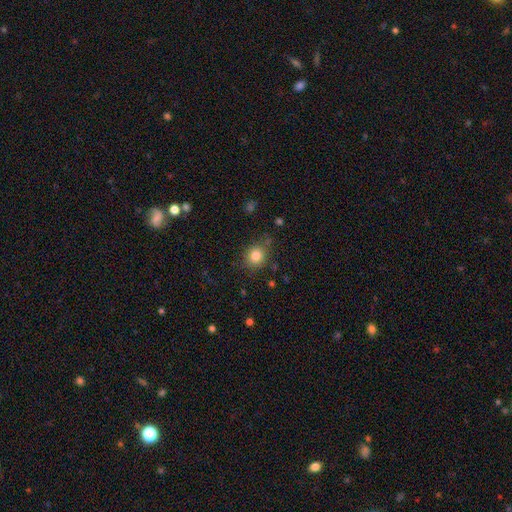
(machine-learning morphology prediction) A smooth galaxy with no disk features (82%) that is round (78%). Merging: none (80%).